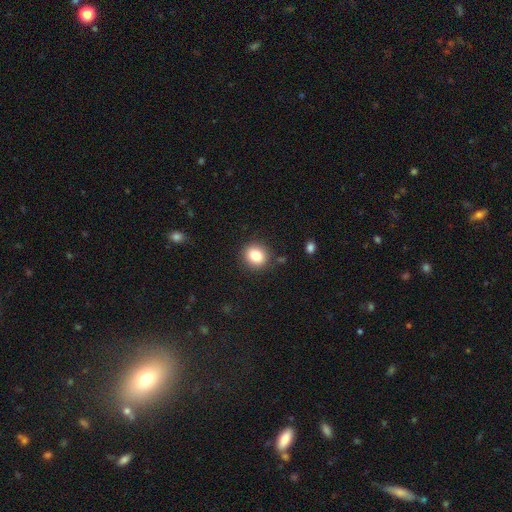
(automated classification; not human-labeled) Smooth or featured? smooth (82%)
How rounded? round (79%)
Merging? none (88%)